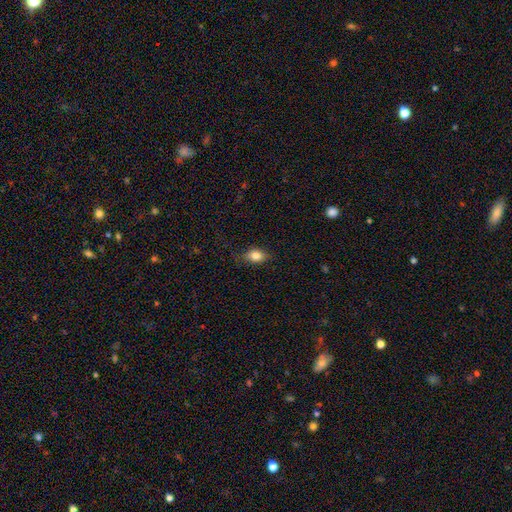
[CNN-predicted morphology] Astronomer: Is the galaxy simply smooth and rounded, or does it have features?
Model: smooth — 82%.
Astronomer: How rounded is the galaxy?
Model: in between — 79%.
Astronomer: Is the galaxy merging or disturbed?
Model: none — 80%.